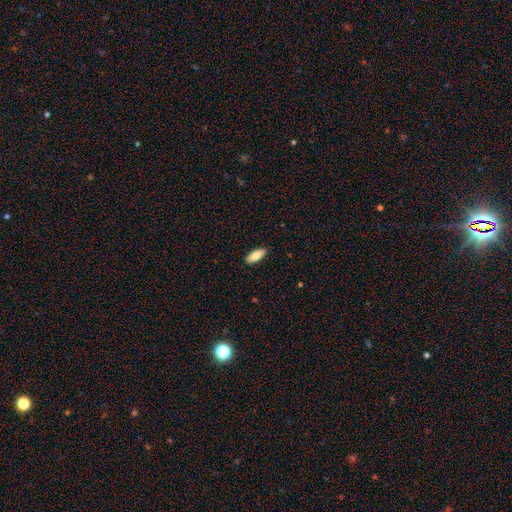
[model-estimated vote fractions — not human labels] Morphology: type=smooth (83%); roundness=in between (79%); merging=none (88%).